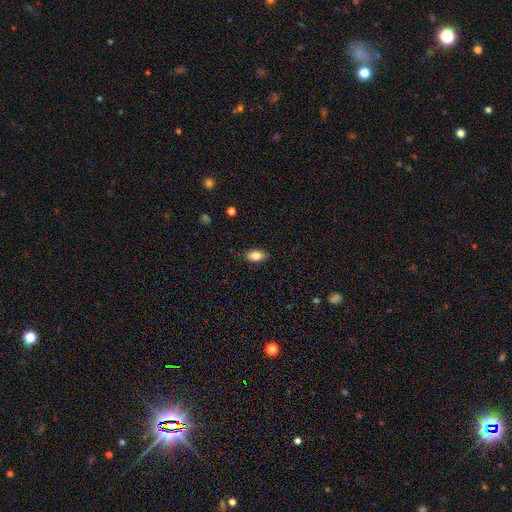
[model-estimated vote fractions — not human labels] Smooth or featured? smooth (84%)
How rounded? in between (91%)
Merging? none (87%)